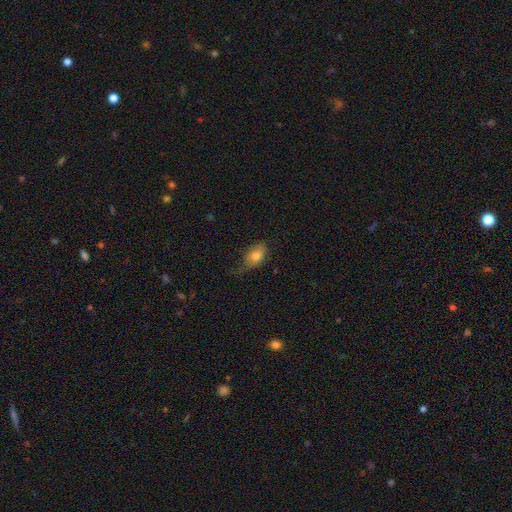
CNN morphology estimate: Overall: smooth (70%). How rounded: in between (86%). Merging: none (43%; minor disturbance 35%).